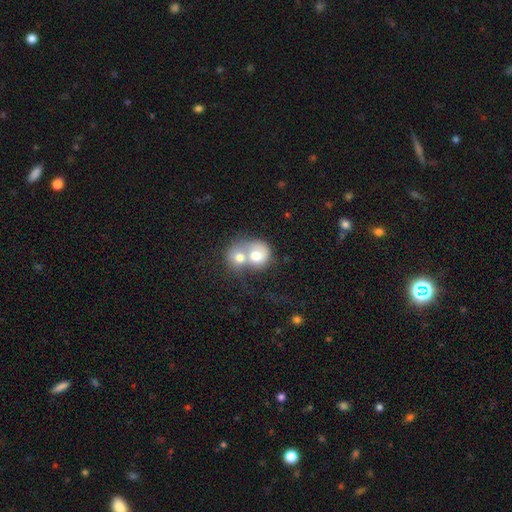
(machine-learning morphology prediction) The model was most divided on "smooth or featured": smooth: 62%, featured or disk: 30%, star or artifact: 7%. More confident: merging — merger (81%); how rounded — round (68%).